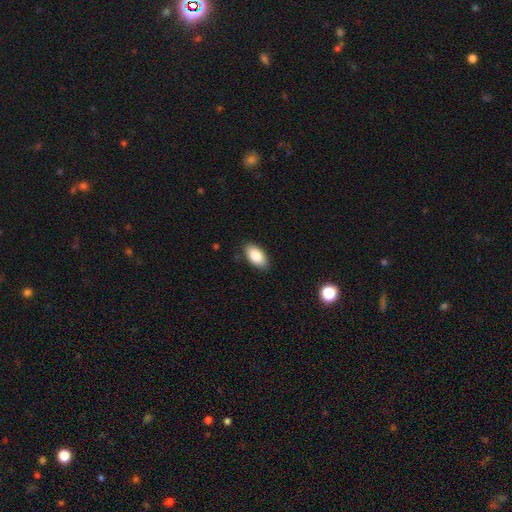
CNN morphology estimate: Smooth or featured? Predicted: smooth (p=0.87). How rounded? Predicted: in between (p=0.94). Merging? Predicted: none (p=0.86).